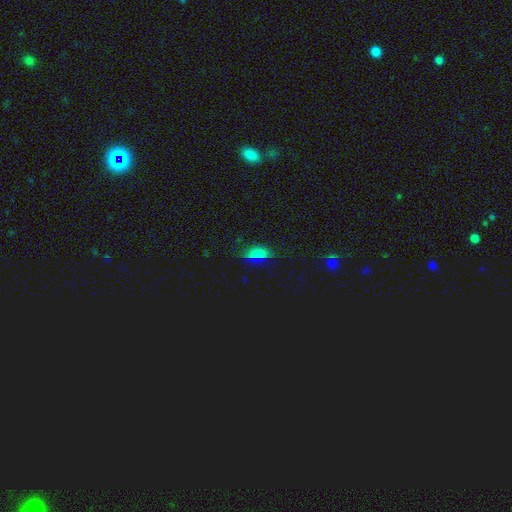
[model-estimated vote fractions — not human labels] Overall: smooth (66%; star or artifact 26%). How rounded: in between (84%). Merging: none (79%).